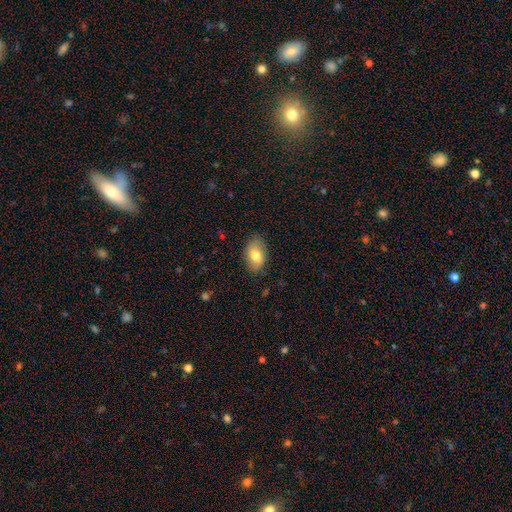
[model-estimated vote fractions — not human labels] Smooth or featured? smooth (73%)
How rounded? in between (89%)
Merging? none (82%)